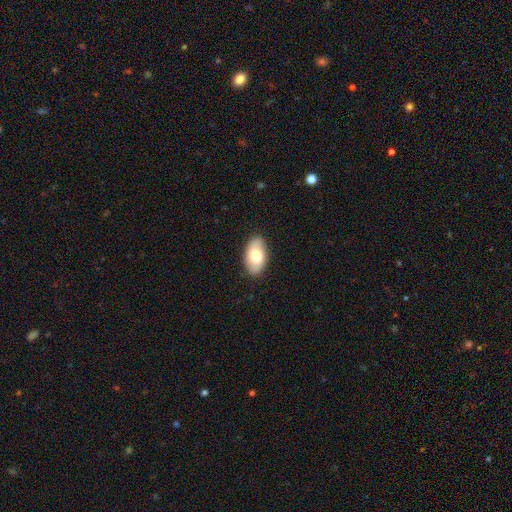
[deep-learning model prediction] Smooth or featured?
  - smooth: 71% *
  - featured or disk: 22%
  - star or artifact: 6%
How rounded?
  - in between: 94% *
  - round: 4%
  - cigar-shaped: 2%
Merging?
  - none: 87% *
  - minor disturbance: 10%
  - major disturbance: 2%
  - merger: 1%